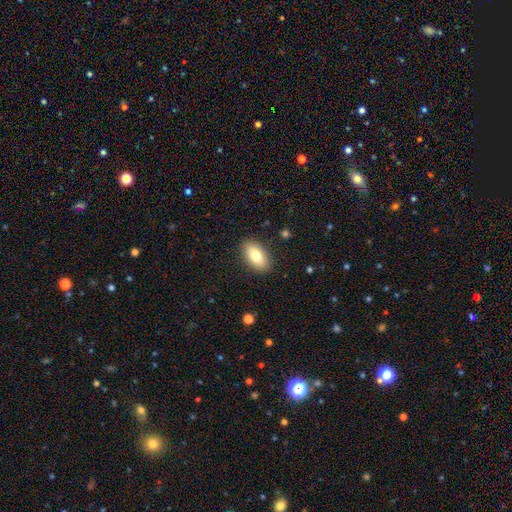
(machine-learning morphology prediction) Overall: smooth (77%). How rounded: in between (89%). Merging: none (88%).